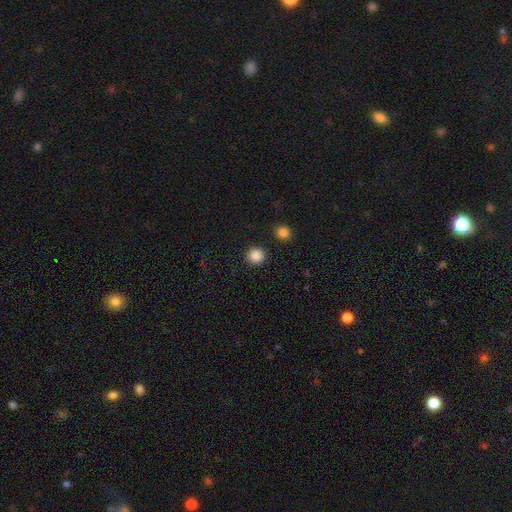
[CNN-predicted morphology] A smooth galaxy with no disk features (87%) that is round (94%).

Vote fractions:
- Smooth or featured? smooth: 87% / star or artifact: 10% / featured or disk: 3%
- How rounded? round: 94% / in between: 5% / cigar-shaped: 1%
- Merging? none: 92% / minor disturbance: 4% / merger: 2% / major disturbance: 2%